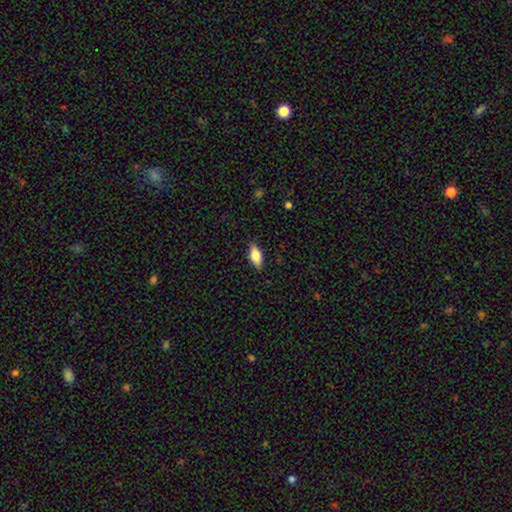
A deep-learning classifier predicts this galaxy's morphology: smooth 72%, featured or disk 21%, star or artifact 7%. Down the decision tree: how rounded — in between (83%); merging — none (86%).